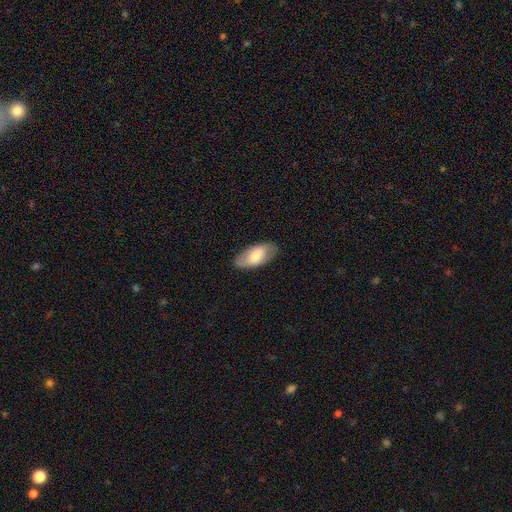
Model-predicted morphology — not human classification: type=smooth (64%); roundness=in between (92%); merging=none (83%).